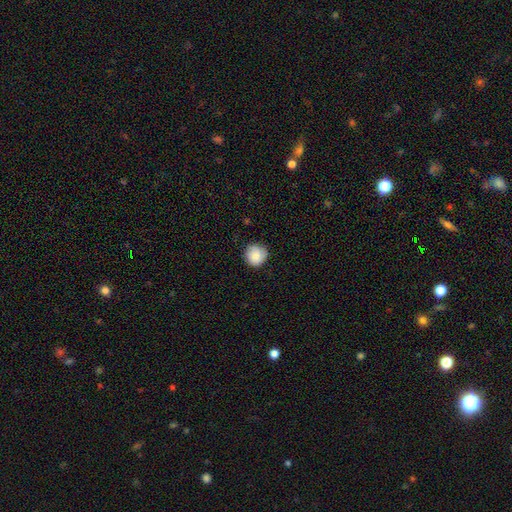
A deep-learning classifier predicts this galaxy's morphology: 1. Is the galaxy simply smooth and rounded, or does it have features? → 82% smooth, 11% featured or disk, 7% star or artifact.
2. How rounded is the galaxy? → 92% round, 7% in between, 1% cigar-shaped.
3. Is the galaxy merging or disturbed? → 79% none, 17% minor disturbance, 3% major disturbance, 1% merger.